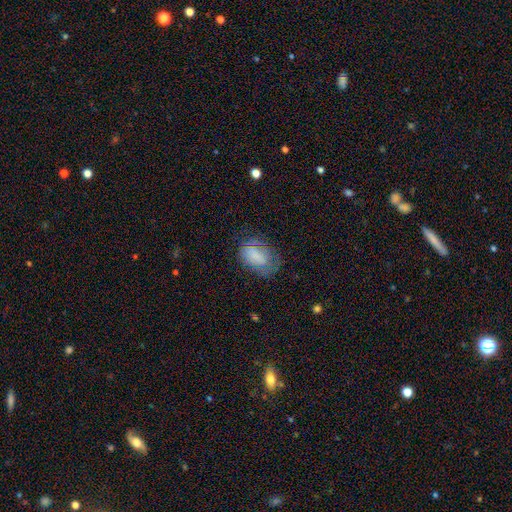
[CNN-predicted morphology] This is likely a smooth galaxy (65%). How rounded: clearly in between (84%). Merging: possibly none (48%).